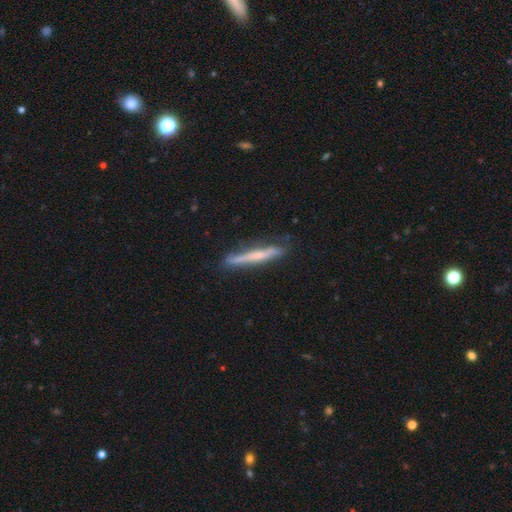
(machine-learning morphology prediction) featured or disk 54%, smooth 40%, star or artifact 6%. Down the decision tree: edge-on disk — yes (95%); edge-on bulge — none (54%); merging — none (81%).